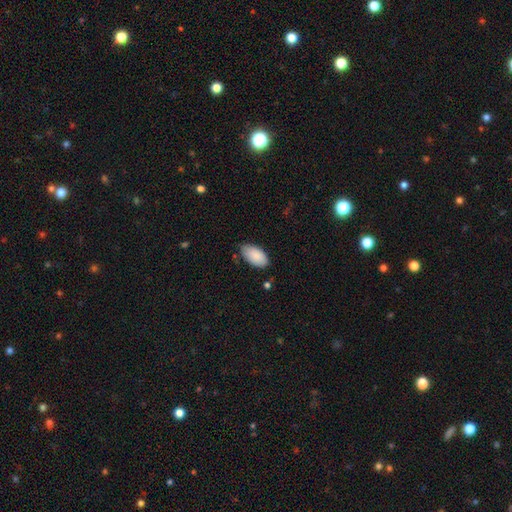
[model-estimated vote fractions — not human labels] A smooth galaxy with no disk features (87%) that is in between round and cigar-shaped (96%). Merging: none (72%).